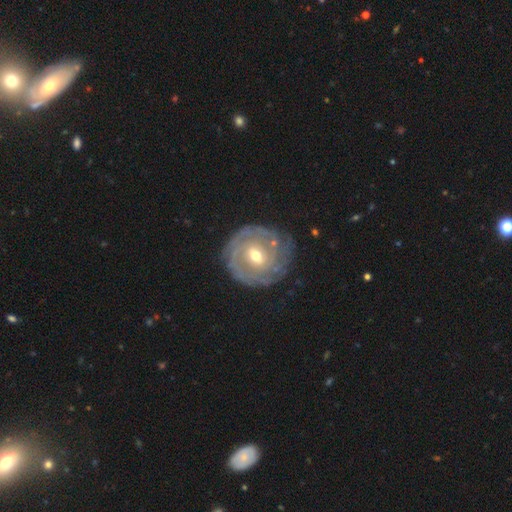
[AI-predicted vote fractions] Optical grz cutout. It shows a featured or disk galaxy (78%) with a weak bar (50%), tight (76%) spiral arms (86%) and a moderate central bulge (65%). Merging: none (75%).